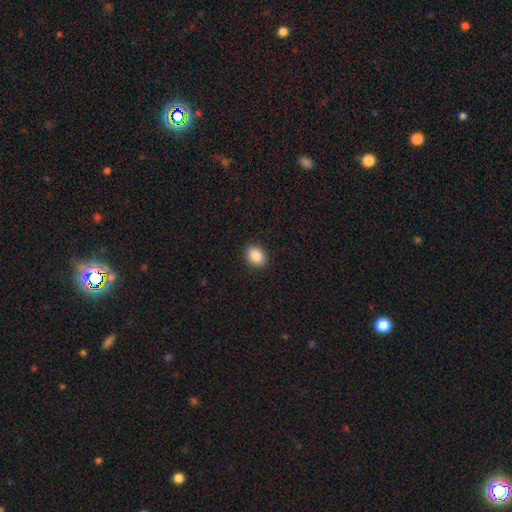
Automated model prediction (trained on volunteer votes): This is clearly a smooth galaxy (89%). How rounded: likely in between (72%). Merging: clearly none (90%).